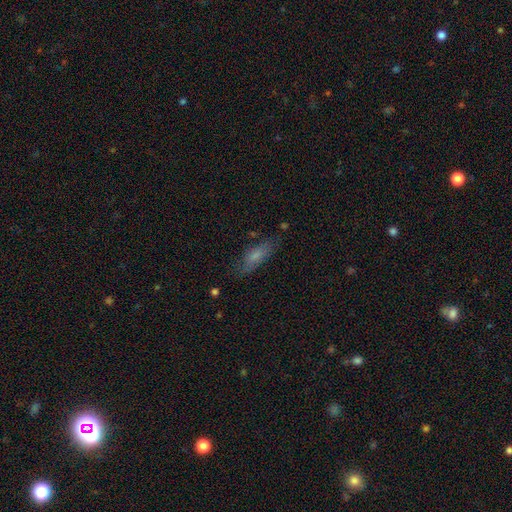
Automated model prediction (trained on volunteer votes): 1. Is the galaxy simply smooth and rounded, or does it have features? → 65% smooth, 26% featured or disk, 9% star or artifact.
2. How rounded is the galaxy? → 52% in between, 45% cigar-shaped, 2% round.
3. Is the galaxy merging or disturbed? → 71% none, 20% minor disturbance, 7% major disturbance, 2% merger.